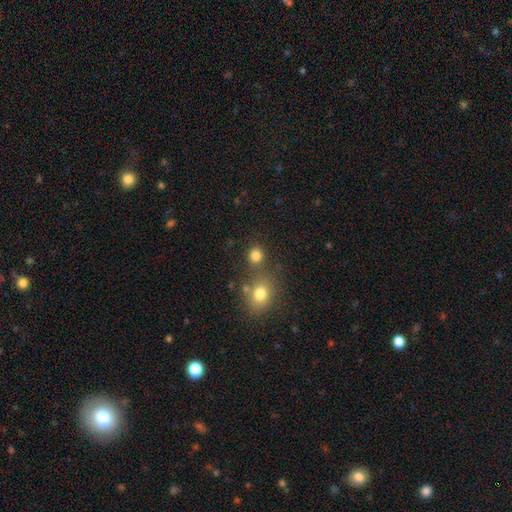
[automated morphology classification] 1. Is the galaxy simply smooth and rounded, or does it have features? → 80% smooth, 14% star or artifact, 6% featured or disk.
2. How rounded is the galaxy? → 84% round, 15% in between, 1% cigar-shaped.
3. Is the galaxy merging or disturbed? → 70% none, 18% merger, 8% minor disturbance, 4% major disturbance.